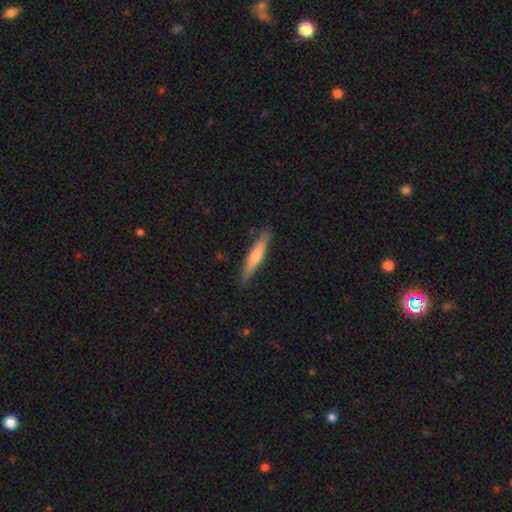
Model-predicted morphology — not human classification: Smooth or featured? Predicted: smooth (p=0.55). How rounded? Predicted: cigar-shaped (p=0.89). Merging? Predicted: none (p=0.85).